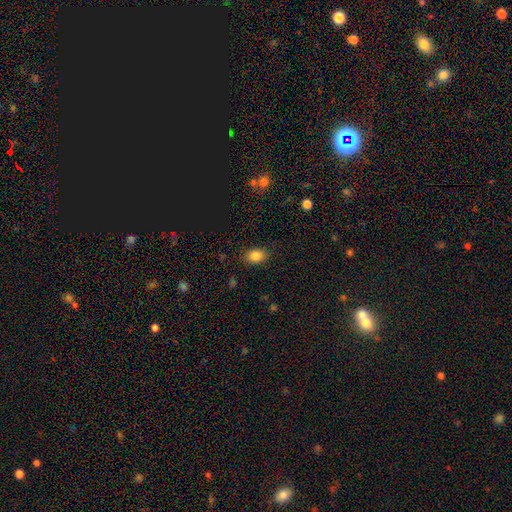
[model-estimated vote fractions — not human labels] smooth 84%, star or artifact 10%, featured or disk 5%. Down the decision tree: how rounded — in between (71%); merging — none (85%).